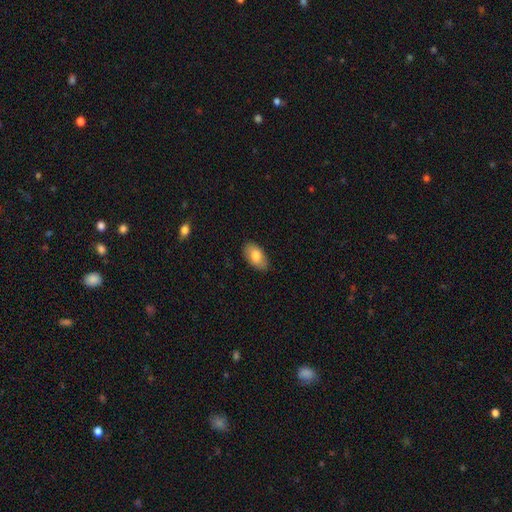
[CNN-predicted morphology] Smooth or featured?
  - smooth: 78% *
  - featured or disk: 16%
  - star or artifact: 7%
How rounded?
  - in between: 94% *
  - round: 4%
  - cigar-shaped: 2%
Merging?
  - none: 86% *
  - minor disturbance: 11%
  - major disturbance: 2%
  - merger: 1%